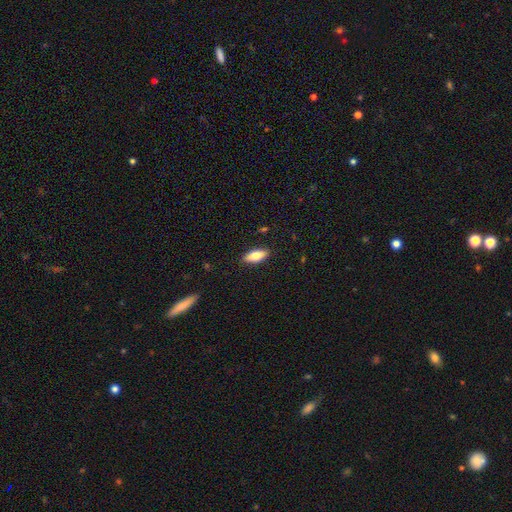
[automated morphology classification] Smooth or featured?
  - smooth: 73% *
  - featured or disk: 21%
  - star or artifact: 6%
How rounded?
  - in between: 77% *
  - cigar-shaped: 20%
  - round: 2%
Merging?
  - none: 89% *
  - minor disturbance: 8%
  - major disturbance: 2%
  - merger: 1%